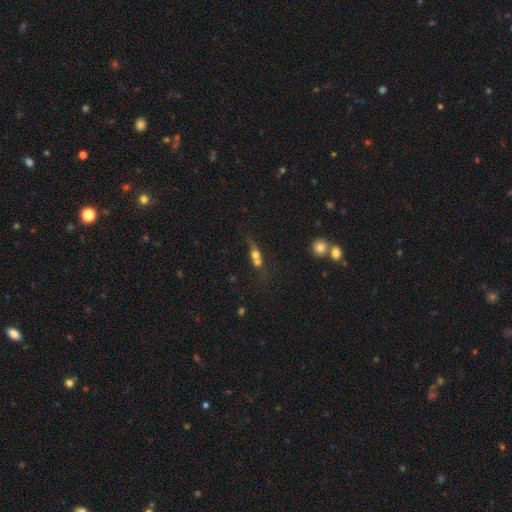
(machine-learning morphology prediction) Smooth or featured?
  - smooth: 60% *
  - featured or disk: 27%
  - star or artifact: 13%
How rounded?
  - round: 50% *
  - in between: 38%
  - cigar-shaped: 12%
Merging?
  - merger: 59% *
  - none: 25%
  - minor disturbance: 9%
  - major disturbance: 7%